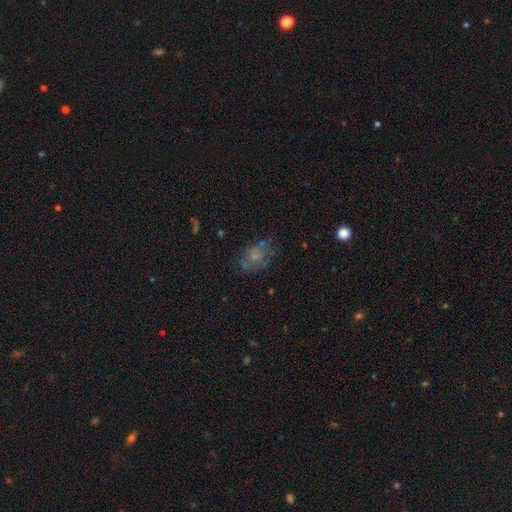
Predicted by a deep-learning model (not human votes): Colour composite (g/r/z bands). It shows a smooth galaxy with no disk features (52%) that is in between round and cigar-shaped (68%). Merging: none (48%).